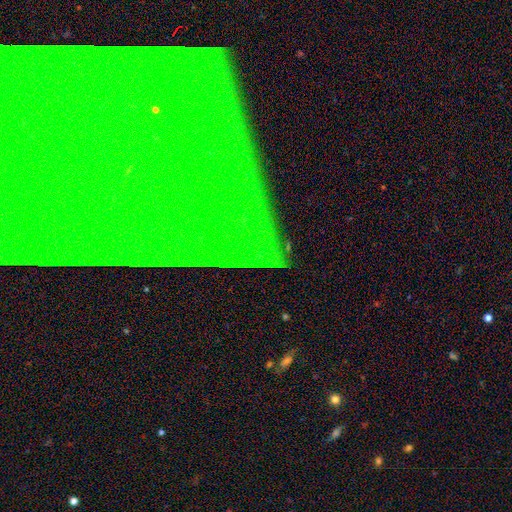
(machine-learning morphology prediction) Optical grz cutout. It shows a star or artifact, not a galaxy (77%).